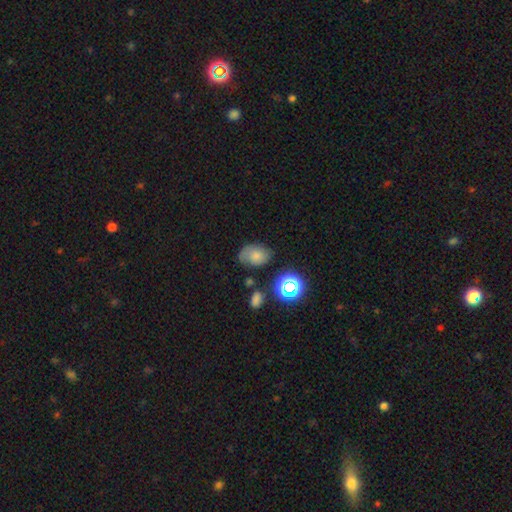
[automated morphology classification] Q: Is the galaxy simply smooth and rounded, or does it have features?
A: smooth — 64%.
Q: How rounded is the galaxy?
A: in between — 77%.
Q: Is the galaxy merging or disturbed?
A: none — 60%.